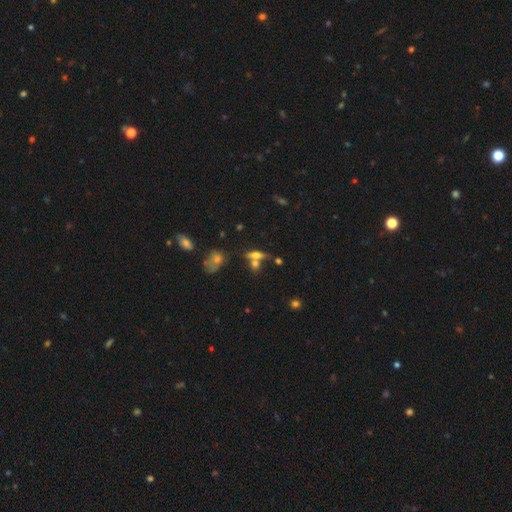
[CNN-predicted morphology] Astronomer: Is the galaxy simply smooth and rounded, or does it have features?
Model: smooth — 43% (runner-up: featured or disk, 42%).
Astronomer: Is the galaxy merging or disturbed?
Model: none — 49% (runner-up: merger, 33%).